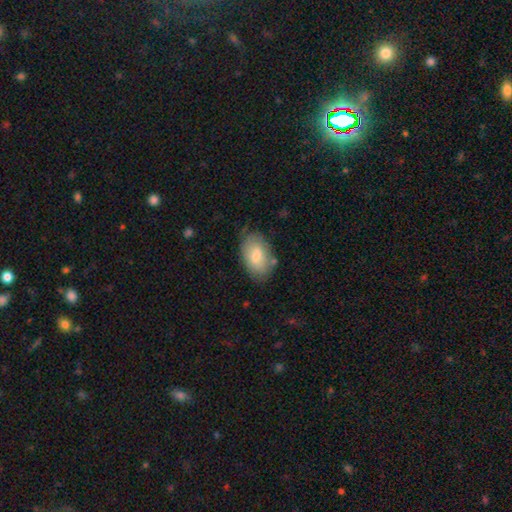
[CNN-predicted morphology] Overall: smooth (75%). How rounded: in between (93%). Merging: none (73%).